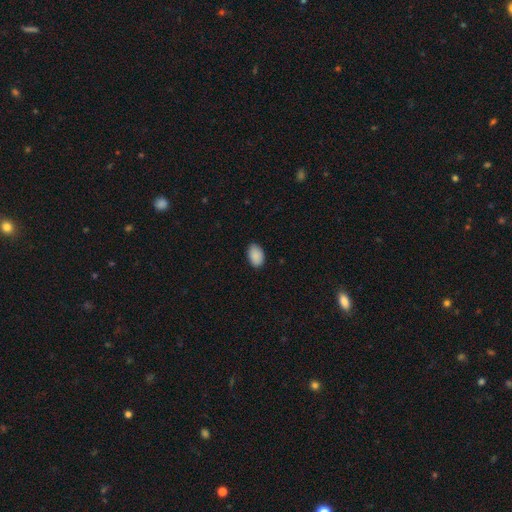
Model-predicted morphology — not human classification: The model was most divided on "merging": none: 86%, minor disturbance: 11%, major disturbance: 2%, merger: 1%. More confident: smooth or featured — smooth (90%); how rounded — in between (89%).